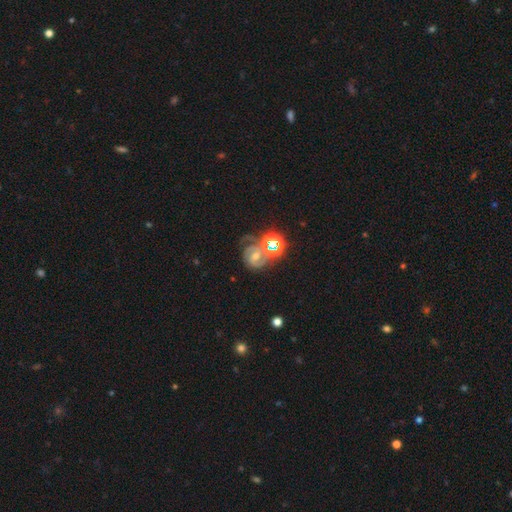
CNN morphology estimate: A featured or disk galaxy (68%) with no bar (57%), 2 (55%) tight (48%) spiral arms (92%) and a moderate central bulge (51%). Merging: none (48%).